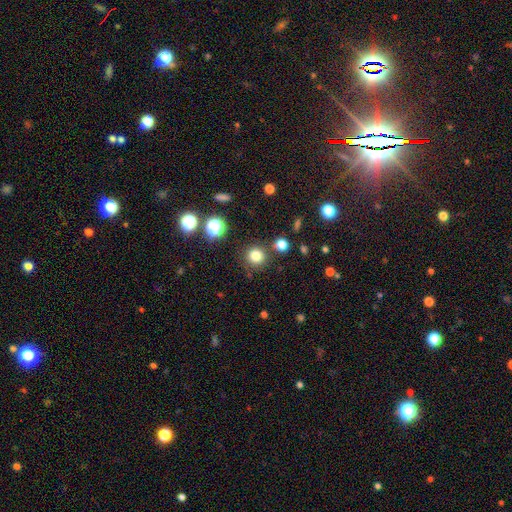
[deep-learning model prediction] Q: Smooth or featured?
A: smooth (79%); runner-up: star or artifact (15%)
Q: How rounded?
A: round (94%); runner-up: in between (5%)
Q: Merging?
A: none (84%); runner-up: minor disturbance (8%)